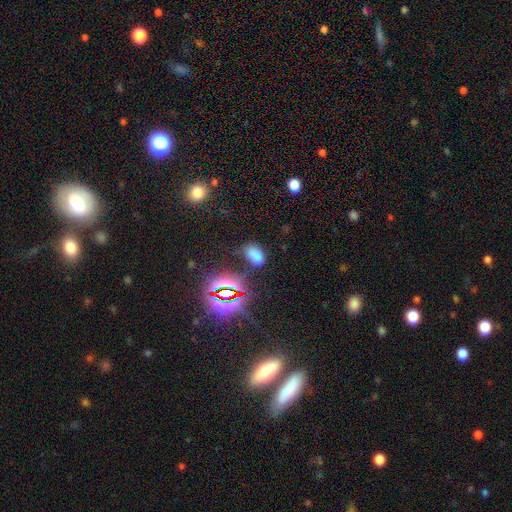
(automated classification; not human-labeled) This appears to be a smooth galaxy with no disk features (64%) that is in between round and cigar-shaped (89%). Merging: none (59%).